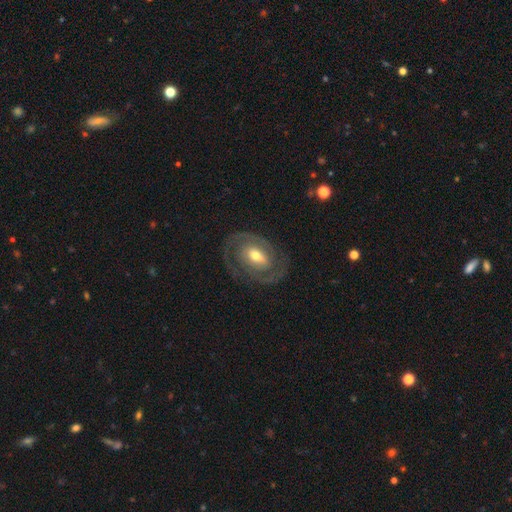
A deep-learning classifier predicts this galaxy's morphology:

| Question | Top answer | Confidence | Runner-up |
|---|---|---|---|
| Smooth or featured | featured or disk | 80% | smooth (15%) |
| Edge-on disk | no | 96% | yes (4%) |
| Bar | no | 38% | tied: weak (38%) |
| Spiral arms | yes | 82% | no (18%) |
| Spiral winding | tight | 56% | medium (34%) |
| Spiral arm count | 2 | 77% | can't tell (12%) |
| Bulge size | moderate | 62% | small (27%) |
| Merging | none | 78% | minor disturbance (13%) |